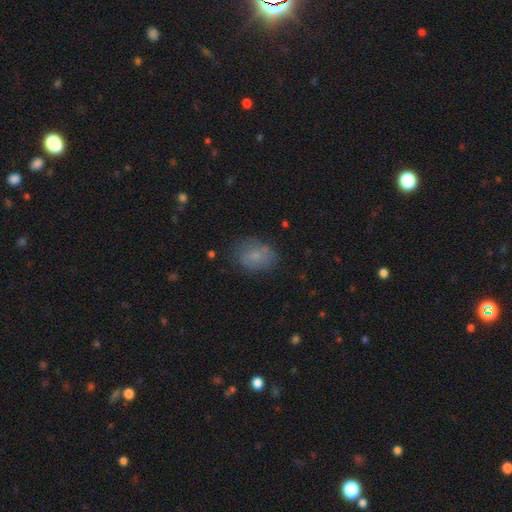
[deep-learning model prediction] Q: Smooth or featured?
A: smooth (74%); runner-up: featured or disk (15%)
Q: How rounded?
A: in between (76%); runner-up: round (23%)
Q: Merging?
A: none (70%); runner-up: minor disturbance (20%)